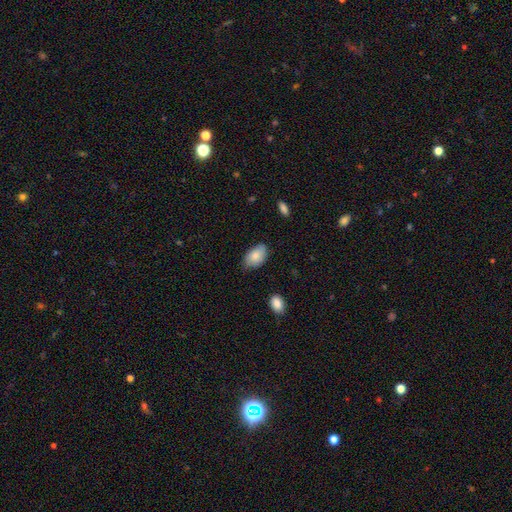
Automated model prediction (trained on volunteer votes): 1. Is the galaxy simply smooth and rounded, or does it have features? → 81% smooth, 13% featured or disk, 7% star or artifact.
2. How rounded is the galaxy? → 92% in between, 6% round, 1% cigar-shaped.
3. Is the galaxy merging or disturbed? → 67% none, 27% minor disturbance, 4% major disturbance, 1% merger.